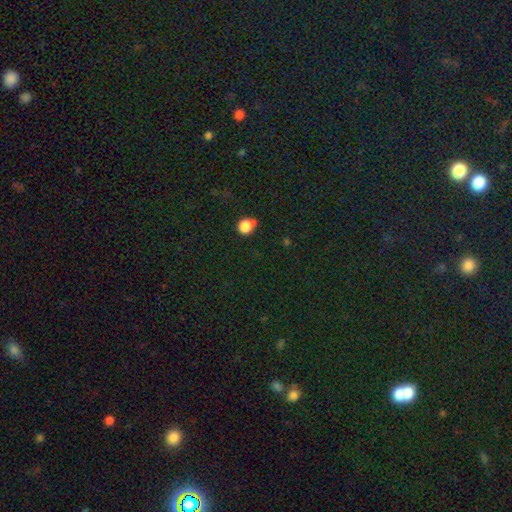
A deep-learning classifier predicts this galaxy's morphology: Q: Smooth or featured?
A: star or artifact (72%); runner-up: smooth (20%)